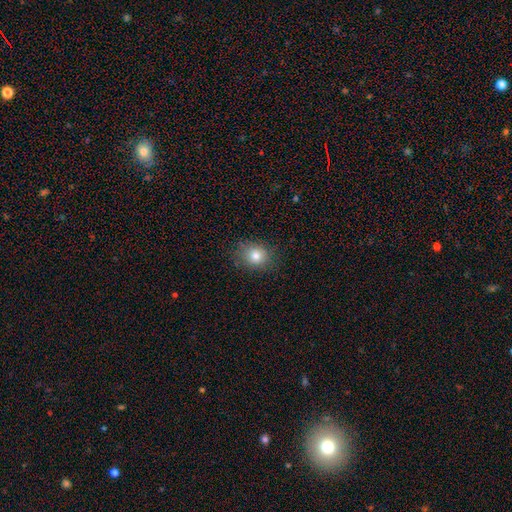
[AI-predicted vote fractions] Smooth or featured?
  - smooth: 80% *
  - star or artifact: 11%
  - featured or disk: 9%
How rounded?
  - round: 64% *
  - in between: 36%
  - cigar-shaped: 1%
Merging?
  - none: 82% *
  - minor disturbance: 13%
  - major disturbance: 4%
  - merger: 1%